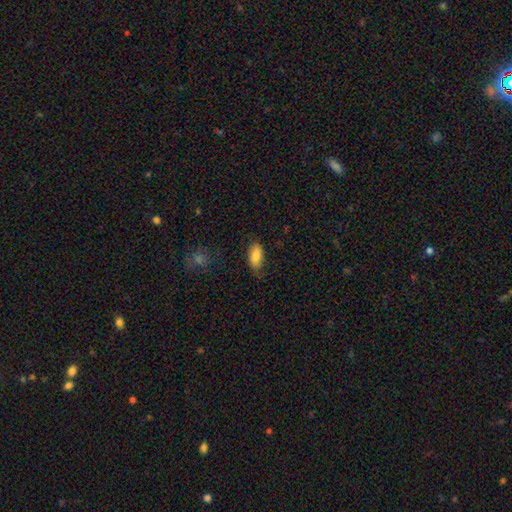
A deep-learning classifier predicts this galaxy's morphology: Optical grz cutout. It shows a smooth galaxy with no disk features (83%) that is in between round and cigar-shaped (91%). Merging: none (67%).